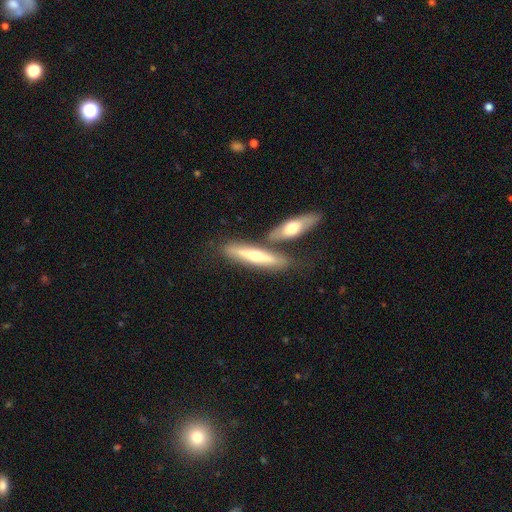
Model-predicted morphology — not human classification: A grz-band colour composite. It shows a featured or disk galaxy (54%) viewed edge-on (84%). Merging: none (55%).